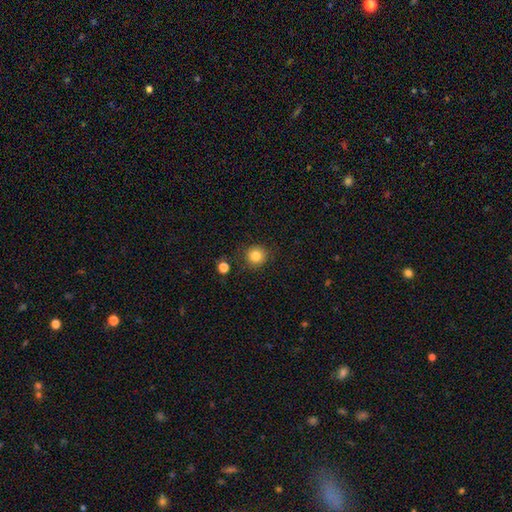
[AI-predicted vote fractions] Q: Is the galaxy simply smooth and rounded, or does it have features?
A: smooth — 84%.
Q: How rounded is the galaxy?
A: round — 93%.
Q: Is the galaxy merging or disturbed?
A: none — 86%.